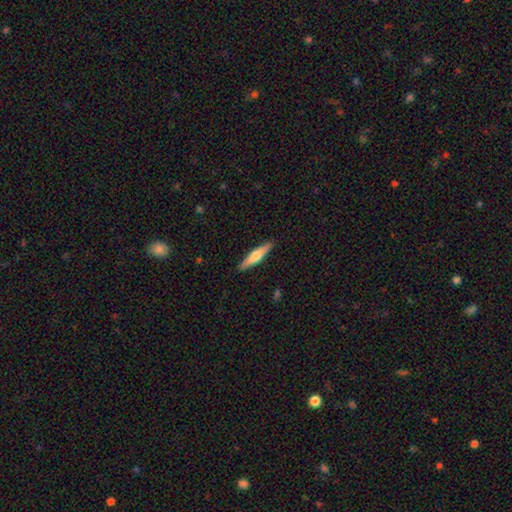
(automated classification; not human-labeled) Smooth or featured? Predicted: smooth (p=0.48). Merging? Predicted: none (p=0.90).